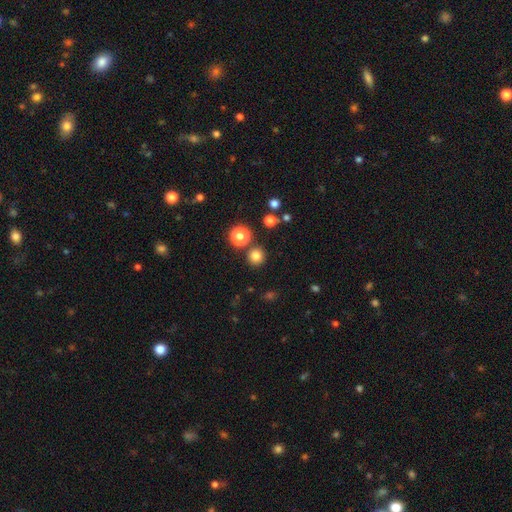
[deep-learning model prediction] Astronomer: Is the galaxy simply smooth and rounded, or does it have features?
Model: smooth — 79%.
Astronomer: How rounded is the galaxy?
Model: round — 93%.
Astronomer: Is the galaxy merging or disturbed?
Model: none — 85%.